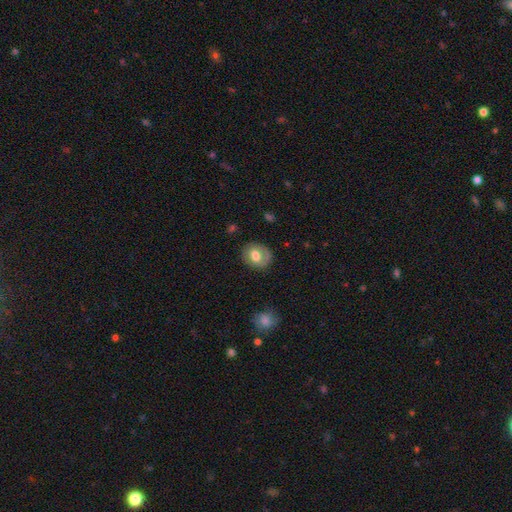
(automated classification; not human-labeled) The model was most divided on "how rounded": round: 62%, in between: 37%, cigar-shaped: 1%. More confident: merging — none (78%); smooth or featured — smooth (64%).